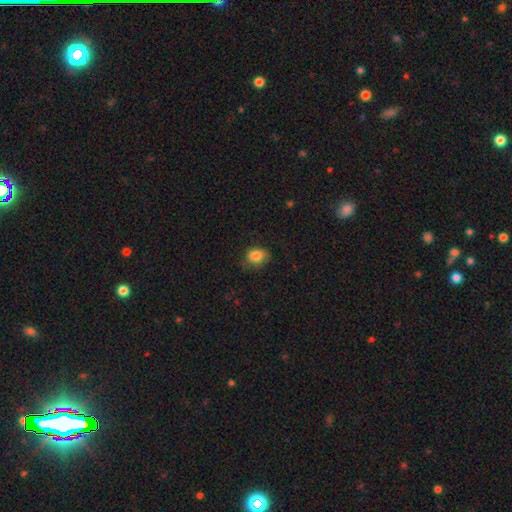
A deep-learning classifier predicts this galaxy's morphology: This appears to be a smooth galaxy with no disk features (84%) that is in between round and cigar-shaped (53%). Merging: none (64%).